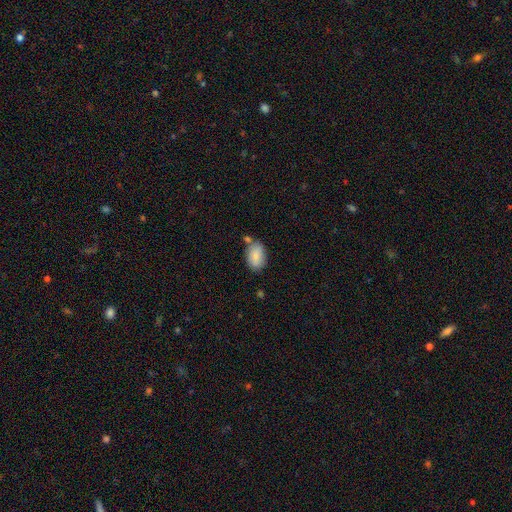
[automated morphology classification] Q: Smooth or featured?
A: smooth (83%); runner-up: featured or disk (10%)
Q: How rounded?
A: in between (89%); runner-up: round (10%)
Q: Merging?
A: none (65%); runner-up: minor disturbance (18%)